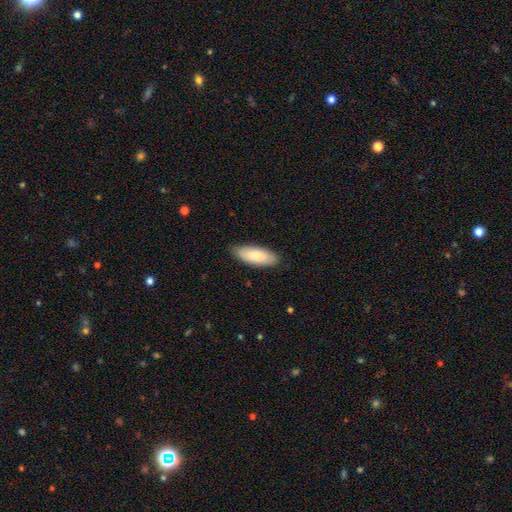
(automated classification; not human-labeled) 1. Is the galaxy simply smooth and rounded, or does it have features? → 83% smooth, 12% featured or disk, 5% star or artifact.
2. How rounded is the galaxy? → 78% in between, 21% cigar-shaped, 2% round.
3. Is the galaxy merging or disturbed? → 84% none, 13% minor disturbance, 2% major disturbance, 1% merger.